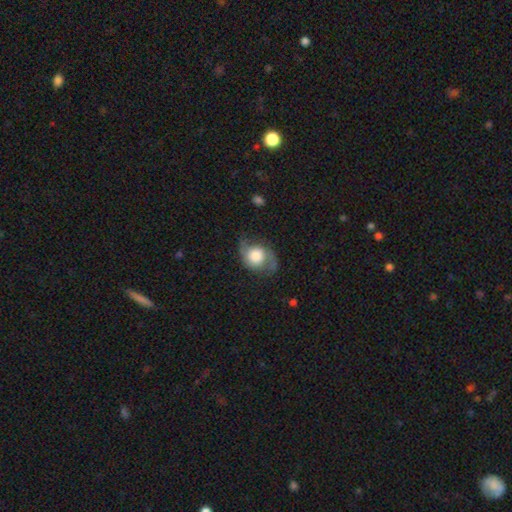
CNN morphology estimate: featured or disk 58%, smooth 35%, star or artifact 8%. Down the decision tree: edge-on disk — no (95%); bar — no (76%); spiral arms — yes (85%); bulge size — large (49%); merging — none (59%).